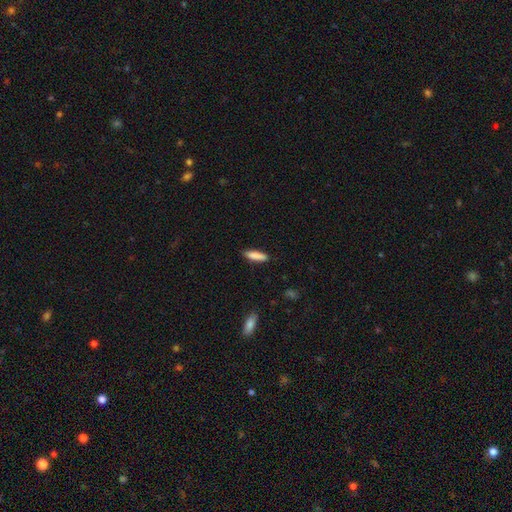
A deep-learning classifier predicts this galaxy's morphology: type=smooth (86%); roundness=cigar-shaped (66%); merging=none (85%).